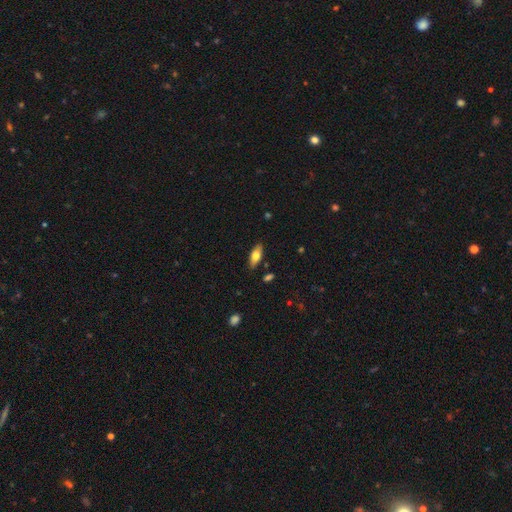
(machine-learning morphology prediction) smooth-or-featured: smooth: 71% | featured or disk: 23% | star or artifact: 7%
  how-rounded: in between: 79% | cigar-shaped: 19% | round: 2%
  merging: none: 86% | minor disturbance: 10% | major disturbance: 2% | merger: 2%